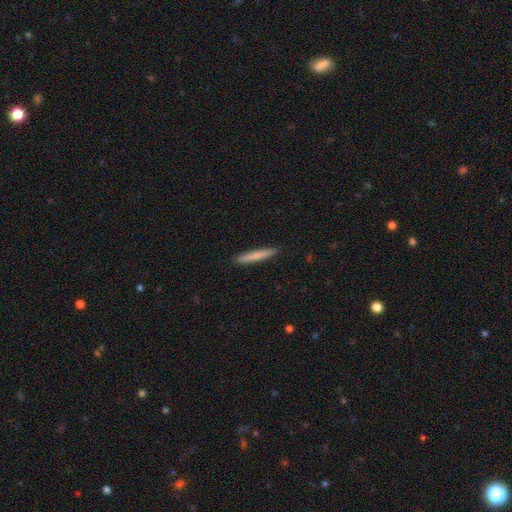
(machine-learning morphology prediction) Smooth or featured?
  - smooth: 74% *
  - featured or disk: 20%
  - star or artifact: 5%
How rounded?
  - cigar-shaped: 96% *
  - in between: 3%
  - round: 1%
Merging?
  - none: 92% *
  - minor disturbance: 6%
  - major disturbance: 1%
  - merger: 1%